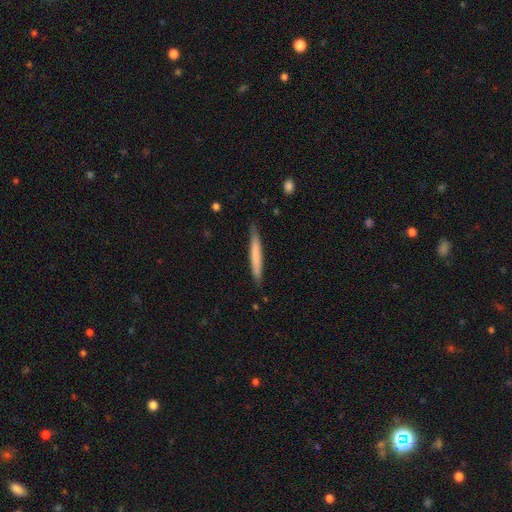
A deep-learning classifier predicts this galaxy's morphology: smooth-or-featured: smooth: 69% | featured or disk: 26% | star or artifact: 5%
  how-rounded: cigar-shaped: 96% | in between: 3% | round: 1%
  merging: none: 83% | minor disturbance: 13% | major disturbance: 2% | merger: 1%